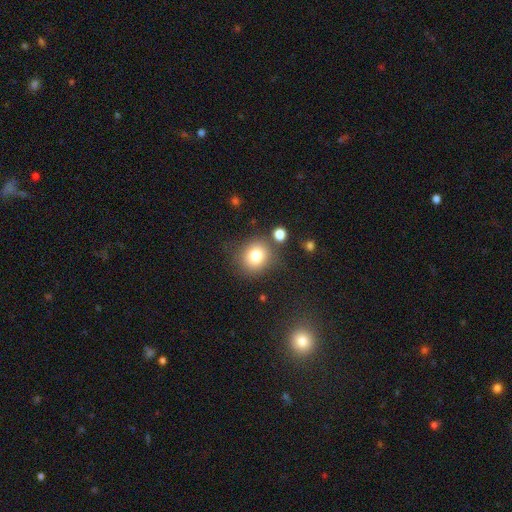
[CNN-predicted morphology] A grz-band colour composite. It shows a smooth galaxy with no disk features (79%) that is round (82%). Merging: none (77%).